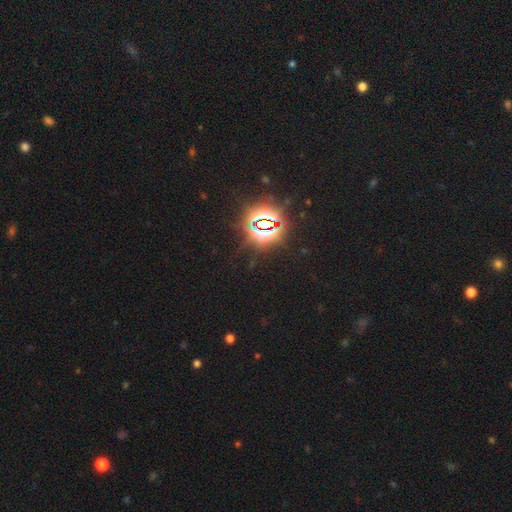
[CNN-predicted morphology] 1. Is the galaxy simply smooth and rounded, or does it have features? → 85% star or artifact, 10% smooth, 5% featured or disk.